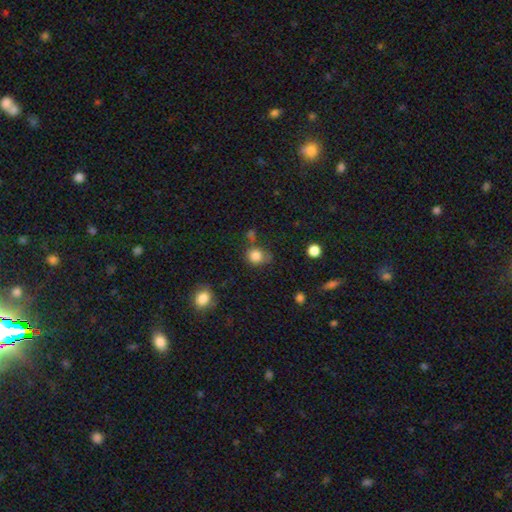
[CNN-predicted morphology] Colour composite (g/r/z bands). It shows a smooth galaxy with no disk features (83%) that is round (80%). Merging: none (59%).